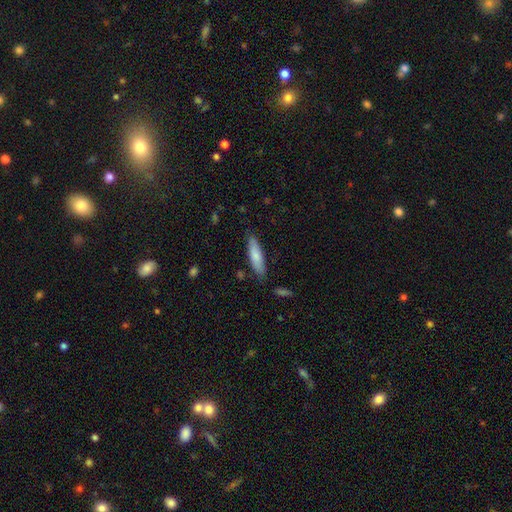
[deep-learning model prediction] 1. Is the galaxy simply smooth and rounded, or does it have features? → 80% smooth, 14% featured or disk, 6% star or artifact.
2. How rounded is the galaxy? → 69% cigar-shaped, 30% in between, 1% round.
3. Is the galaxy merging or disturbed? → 83% none, 13% minor disturbance, 2% major disturbance, 2% merger.